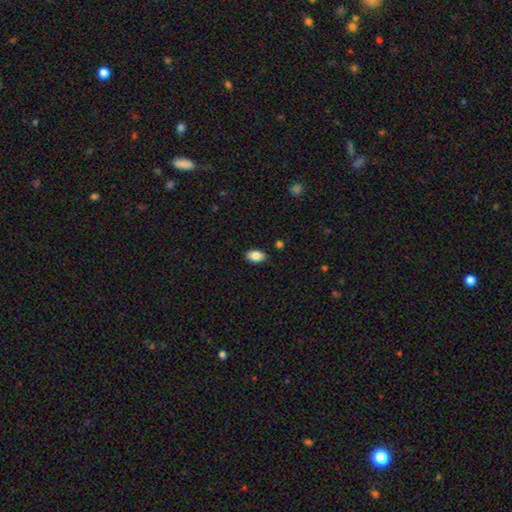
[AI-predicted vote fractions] Smooth or featured? smooth (83%)
How rounded? in between (91%)
Merging? none (88%)